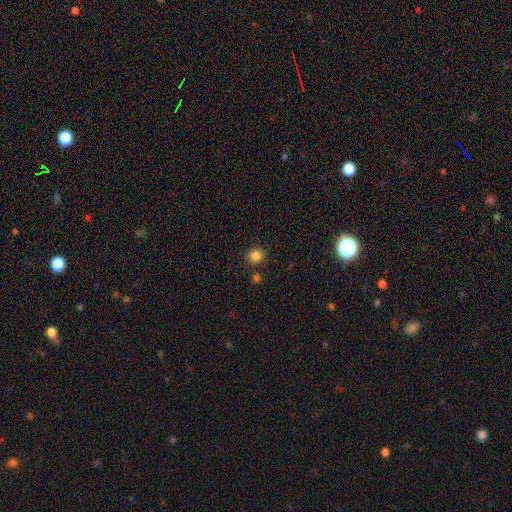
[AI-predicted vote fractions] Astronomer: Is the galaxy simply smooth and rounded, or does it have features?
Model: smooth — 84%.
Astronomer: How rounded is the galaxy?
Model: round — 90%.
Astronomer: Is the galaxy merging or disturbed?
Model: none — 85%.